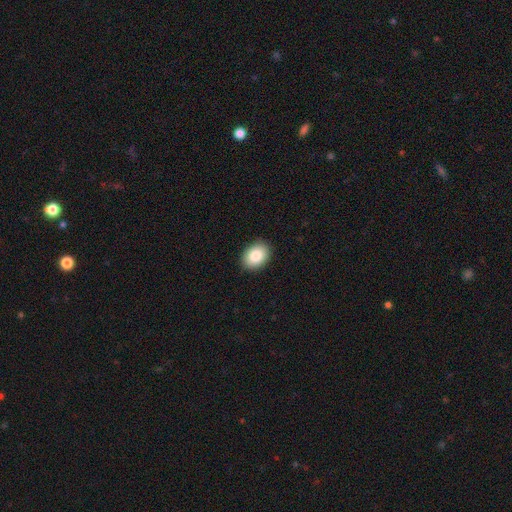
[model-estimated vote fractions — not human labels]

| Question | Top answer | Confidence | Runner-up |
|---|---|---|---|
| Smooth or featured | smooth | 86% | star or artifact (7%) |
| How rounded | in between | 77% | round (22%) |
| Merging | none | 90% | minor disturbance (7%) |